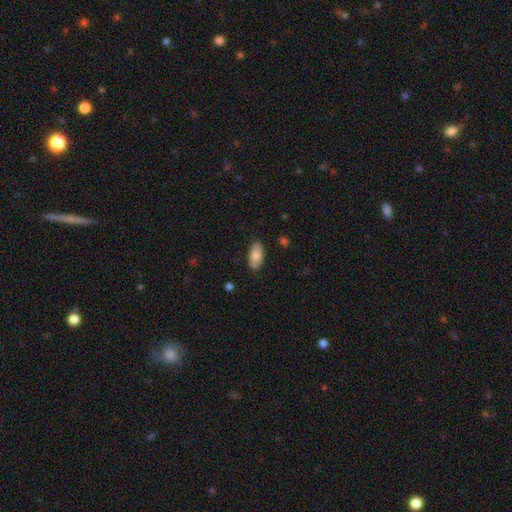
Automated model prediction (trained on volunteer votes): Morphology: type=smooth (78%); roundness=in between (91%); merging=none (86%).